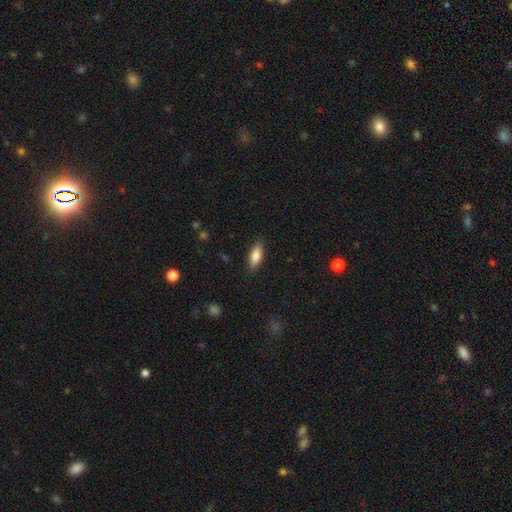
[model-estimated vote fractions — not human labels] smooth_or_featured: smooth (p=0.82) [alt: featured or disk p=0.11]
how_rounded: in between (p=0.73) [alt: cigar-shaped p=0.24]
merging: none (p=0.85) [alt: minor disturbance p=0.11]